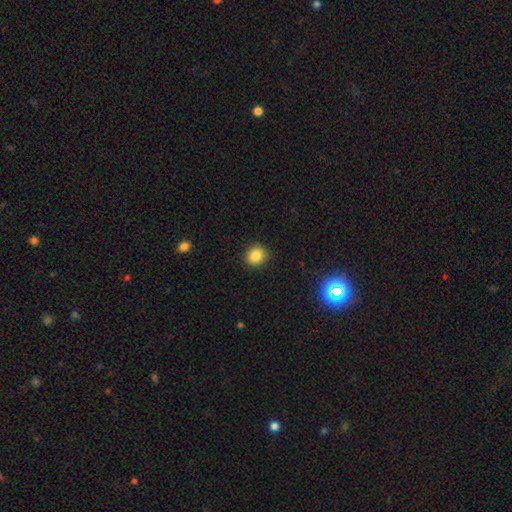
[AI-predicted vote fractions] smooth 85%, star or artifact 11%, featured or disk 4%. Down the decision tree: how rounded — round (85%); merging — none (90%).